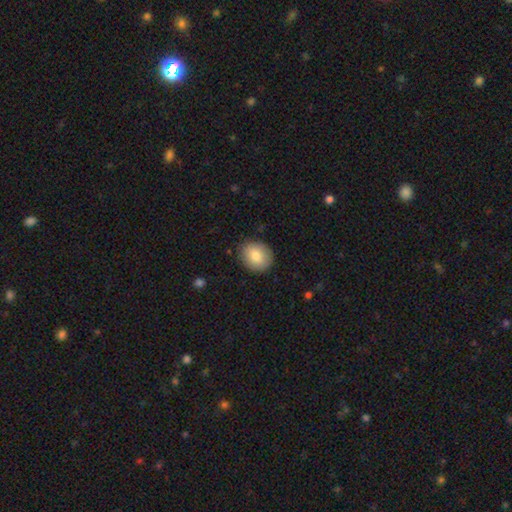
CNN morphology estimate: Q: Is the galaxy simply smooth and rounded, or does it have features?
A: smooth — 82%.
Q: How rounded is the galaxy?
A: round — 62%.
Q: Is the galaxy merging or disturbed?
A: none — 87%.